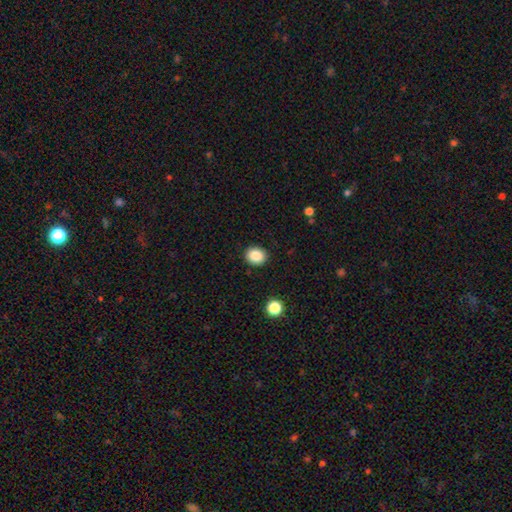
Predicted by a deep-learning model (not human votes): Morphology: type=smooth (87%); roundness=round (67%); merging=none (91%).